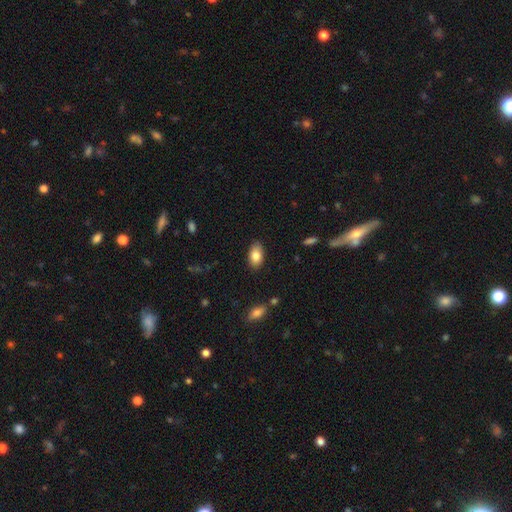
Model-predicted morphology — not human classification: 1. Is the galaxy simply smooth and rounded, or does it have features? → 85% smooth, 8% featured or disk, 7% star or artifact.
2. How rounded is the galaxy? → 93% in between, 5% round, 2% cigar-shaped.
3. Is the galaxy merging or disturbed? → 84% none, 12% minor disturbance, 2% major disturbance, 1% merger.